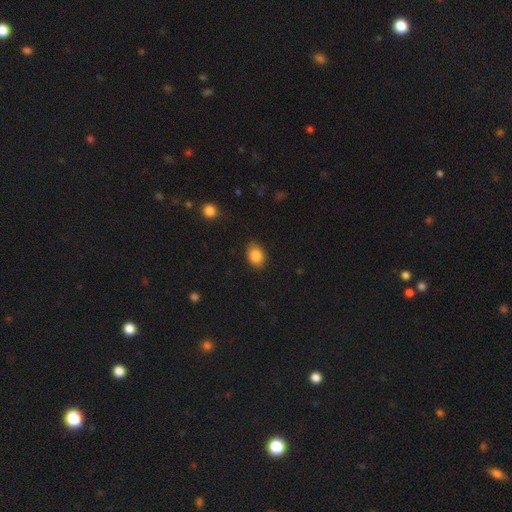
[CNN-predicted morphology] Smooth or featured? smooth (85%)
How rounded? in between (71%)
Merging? none (85%)